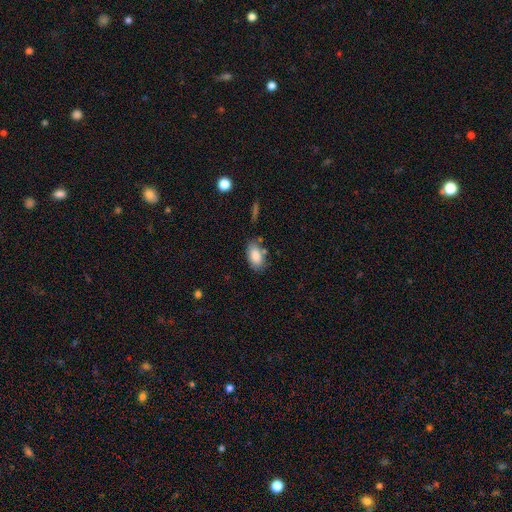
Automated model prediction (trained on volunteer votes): Overall: smooth (86%). How rounded: in between (92%). Merging: none (72%).